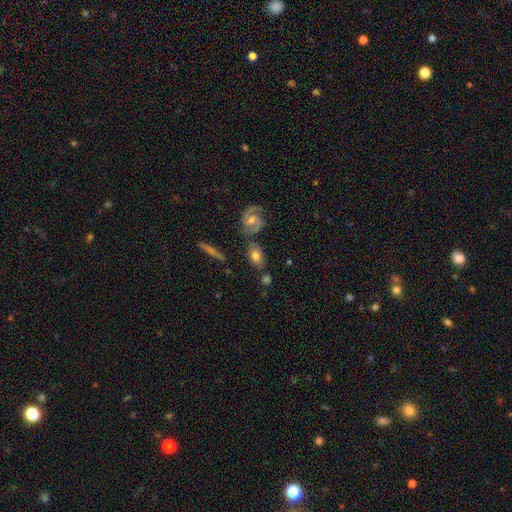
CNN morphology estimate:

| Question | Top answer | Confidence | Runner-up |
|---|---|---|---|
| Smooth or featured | smooth | 64% | featured or disk (29%) |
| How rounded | in between | 86% | round (10%) |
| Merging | none | 67% | minor disturbance (16%) |